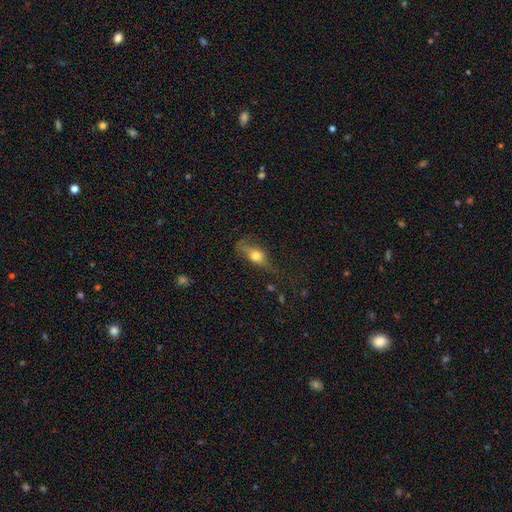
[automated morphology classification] Smooth or featured? Predicted: smooth (p=0.60). How rounded? Predicted: in between (p=0.64). Merging? Predicted: none (p=0.51).